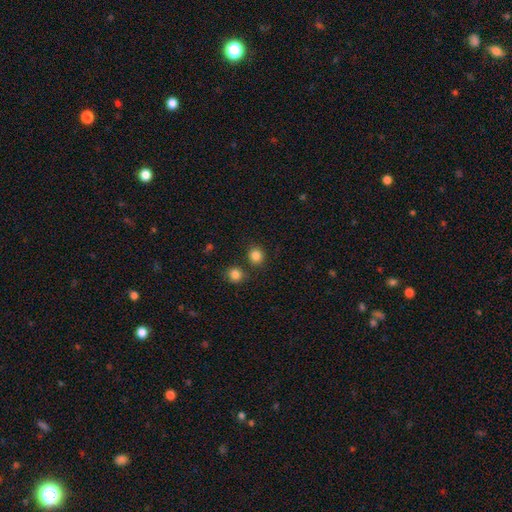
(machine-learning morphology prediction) Smooth or featured? Predicted: smooth (p=0.84). How rounded? Predicted: round (p=0.89). Merging? Predicted: none (p=0.80).